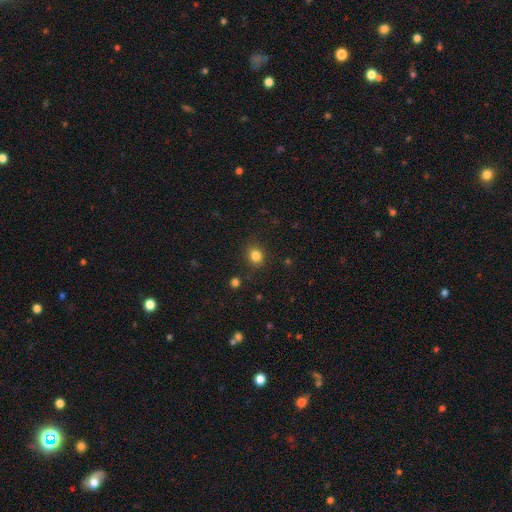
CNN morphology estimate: Smooth or featured? Predicted: smooth (p=0.83). How rounded? Predicted: round (p=0.73). Merging? Predicted: none (p=0.87).